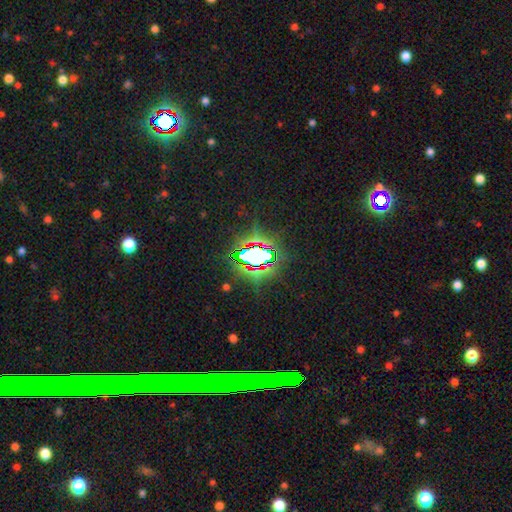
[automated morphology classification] This appears to be a star or artifact, not a galaxy (73%).